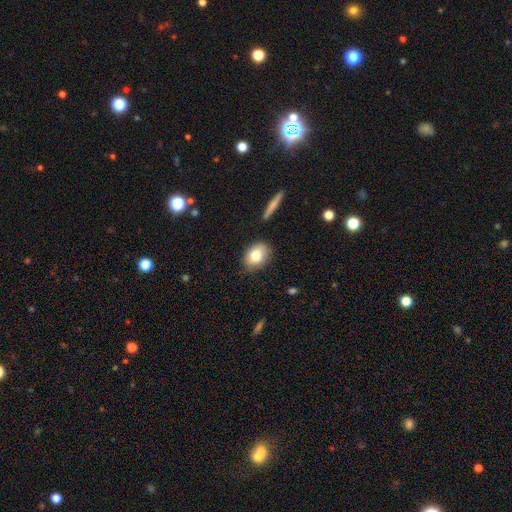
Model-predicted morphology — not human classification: Smooth or featured?
  - smooth: 79% *
  - featured or disk: 13%
  - star or artifact: 8%
How rounded?
  - in between: 60% *
  - round: 39%
  - cigar-shaped: 2%
Merging?
  - none: 80% *
  - minor disturbance: 14%
  - major disturbance: 3%
  - merger: 2%